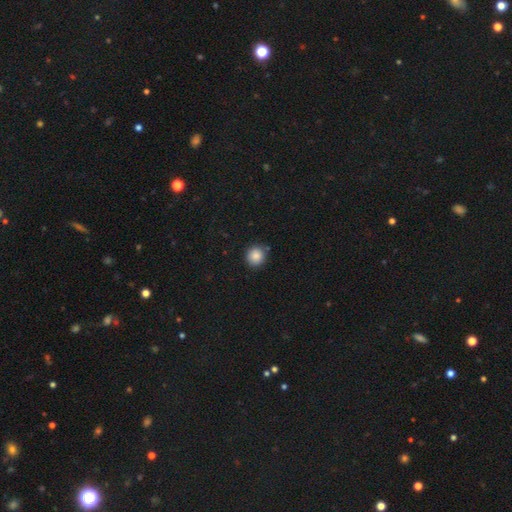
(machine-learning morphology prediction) Overall: smooth (87%). How rounded: round (90%). Merging: none (86%).